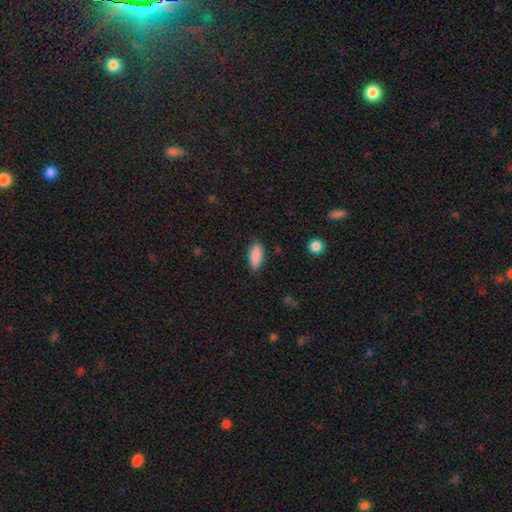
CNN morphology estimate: A smooth galaxy with no disk features (89%) that is in between round and cigar-shaped (81%).

Vote fractions:
- Smooth or featured? smooth: 89% / star or artifact: 7% / featured or disk: 5%
- How rounded? in between: 81% / cigar-shaped: 17% / round: 2%
- Merging? none: 85% / minor disturbance: 11% / major disturbance: 3% / merger: 1%